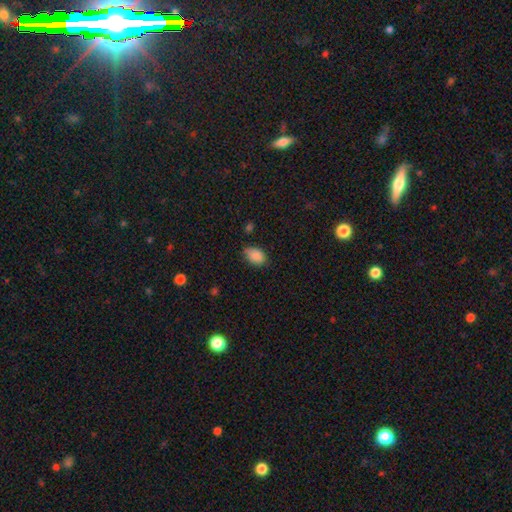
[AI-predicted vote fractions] Q: Smooth or featured?
A: smooth (87%); runner-up: star or artifact (8%)
Q: How rounded?
A: in between (86%); runner-up: round (13%)
Q: Merging?
A: none (70%); runner-up: minor disturbance (25%)